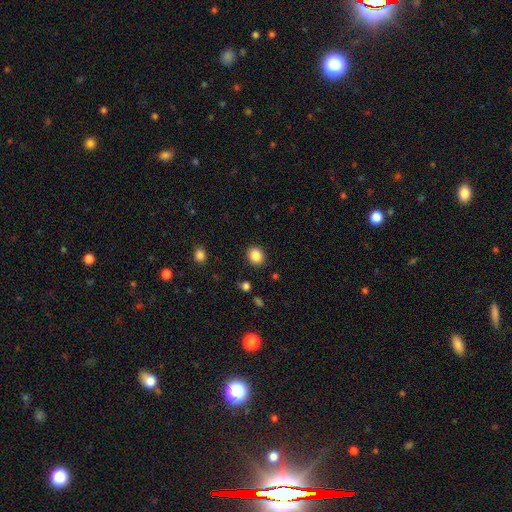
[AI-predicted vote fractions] Smooth or featured?
  - smooth: 86% *
  - star or artifact: 10%
  - featured or disk: 4%
How rounded?
  - round: 73% *
  - in between: 26%
  - cigar-shaped: 1%
Merging?
  - none: 88% *
  - minor disturbance: 8%
  - major disturbance: 2%
  - merger: 2%